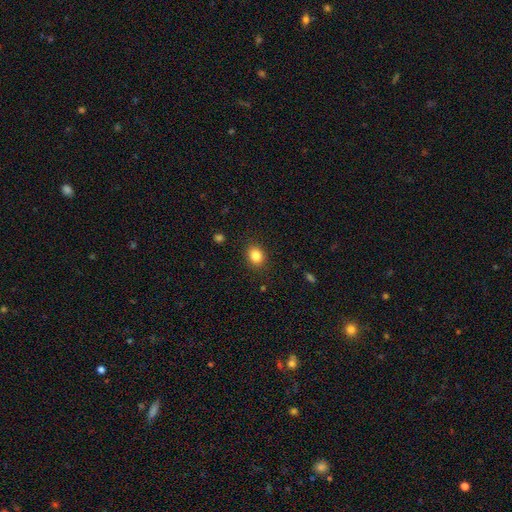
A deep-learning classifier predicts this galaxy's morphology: Smooth or featured?
  - smooth: 85% *
  - star or artifact: 10%
  - featured or disk: 5%
How rounded?
  - round: 56% *
  - in between: 43%
  - cigar-shaped: 1%
Merging?
  - none: 88% *
  - minor disturbance: 8%
  - major disturbance: 3%
  - merger: 1%